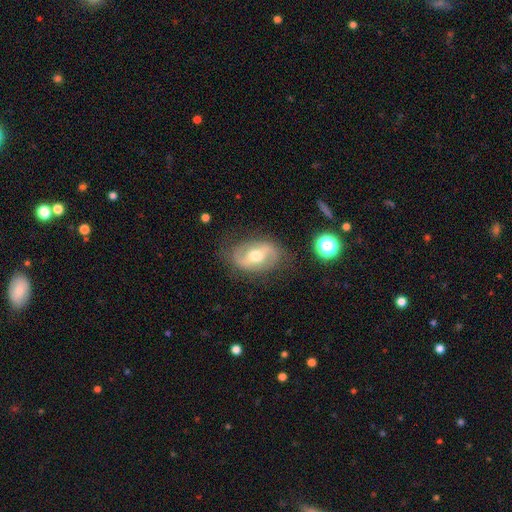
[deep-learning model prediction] Q: Smooth or featured?
A: featured or disk (73%); runner-up: smooth (20%)
Q: Edge-on disk?
A: no (95%); runner-up: yes (5%)
Q: Bar?
A: weak (42%); runner-up: strong (33%)
Q: Spiral arms?
A: yes (82%); runner-up: no (18%)
Q: Spiral winding?
A: medium (44%); runner-up: loose (37%)
Q: Spiral arm count?
A: 2 (86%); runner-up: can't tell (8%)
Q: Bulge size?
A: moderate (73%); runner-up: small (16%)
Q: Merging?
A: none (73%); runner-up: minor disturbance (17%)